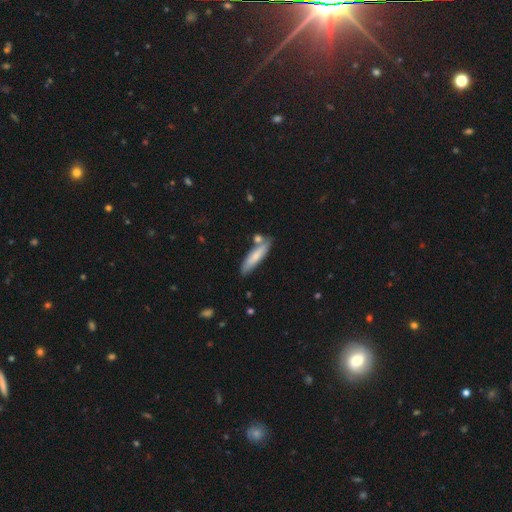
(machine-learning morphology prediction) Smooth or featured? smooth (73%)
How rounded? cigar-shaped (79%)
Merging? none (74%)